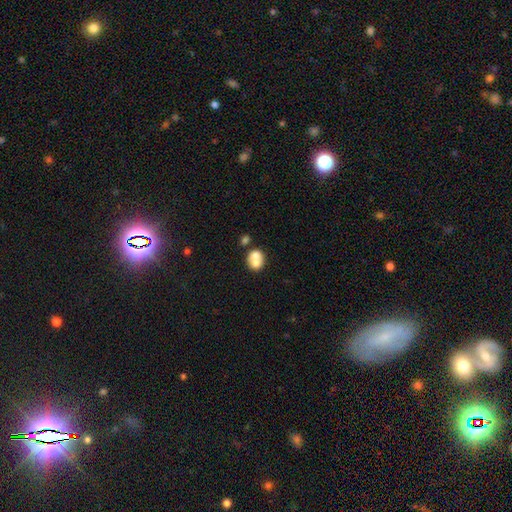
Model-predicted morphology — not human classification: smooth_or_featured: smooth (p=0.69) [alt: featured or disk p=0.22]
how_rounded: round (p=0.60) [alt: in between p=0.39]
merging: merger (p=0.59) [alt: none p=0.28]